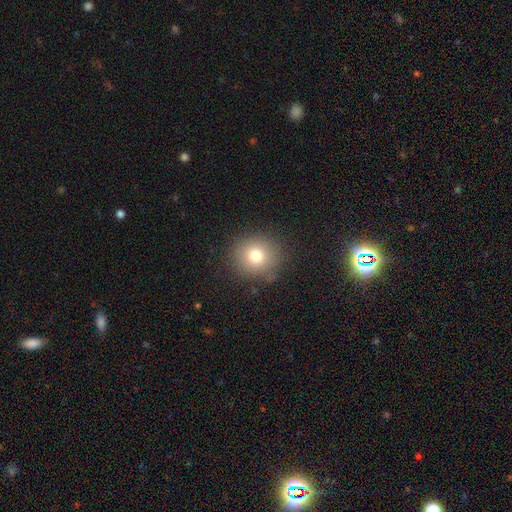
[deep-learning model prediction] smooth 77%, star or artifact 13%, featured or disk 10%. Down the decision tree: how rounded — round (86%); merging — none (84%).